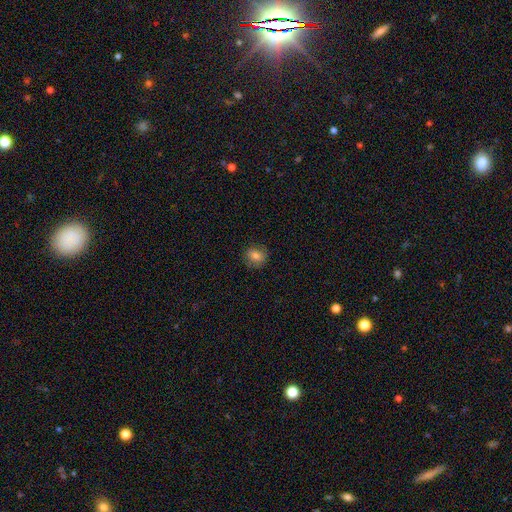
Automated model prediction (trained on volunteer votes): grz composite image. It shows a smooth galaxy with no disk features (77%) that is round (74%). Merging: none (81%).